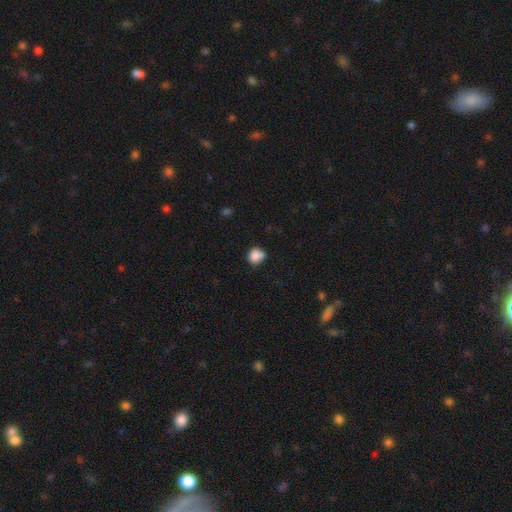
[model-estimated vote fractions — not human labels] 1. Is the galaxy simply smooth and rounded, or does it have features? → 84% smooth, 10% star or artifact, 6% featured or disk.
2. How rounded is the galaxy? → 80% round, 20% in between, 1% cigar-shaped.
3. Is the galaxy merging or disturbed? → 57% none, 29% minor disturbance, 7% merger, 6% major disturbance.